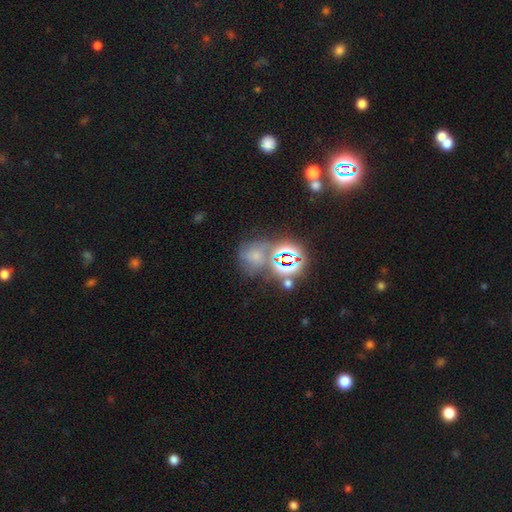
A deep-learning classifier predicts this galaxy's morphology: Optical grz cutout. It shows a smooth galaxy with no disk features (44%). Merging: none (48%).